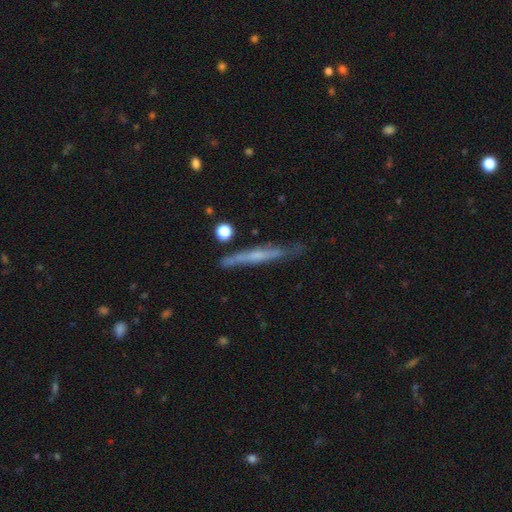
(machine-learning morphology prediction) A featured or disk galaxy (54%) viewed edge-on (89%).

Vote fractions:
- Smooth or featured? featured or disk: 54% / smooth: 38% / star or artifact: 8%
- Edge-on disk? yes: 89% / no: 11%
- Merging? none: 74% / minor disturbance: 19% / major disturbance: 4% / merger: 3%